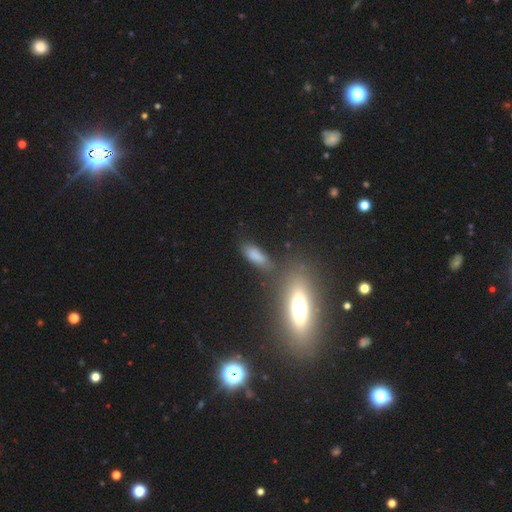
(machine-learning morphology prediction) This is likely a smooth galaxy (78%). How rounded: likely in between (62%). Merging: possibly none (60%).